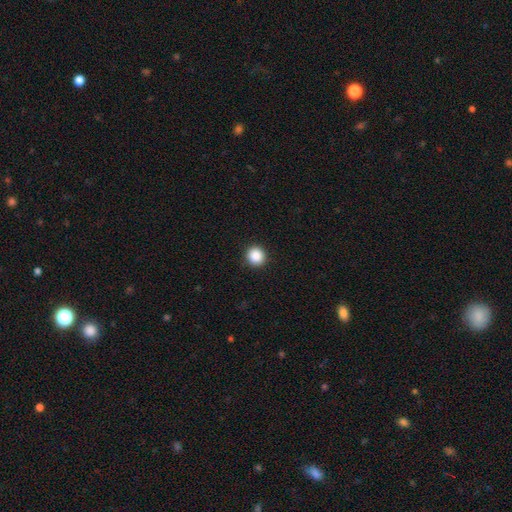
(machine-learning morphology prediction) A smooth galaxy with no disk features (88%) that is round (92%).

Vote fractions:
- Smooth or featured? smooth: 88% / star or artifact: 9% / featured or disk: 3%
- How rounded? round: 92% / in between: 7% / cigar-shaped: 1%
- Merging? none: 93% / minor disturbance: 5% / major disturbance: 2% / merger: 1%